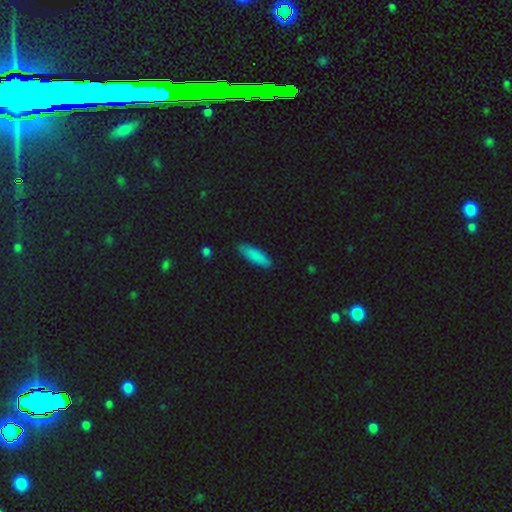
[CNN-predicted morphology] Smooth or featured? smooth (87%)
How rounded? cigar-shaped (50%)
Merging? none (85%)